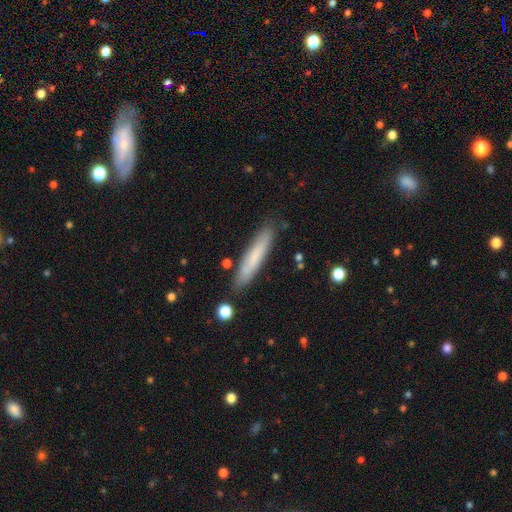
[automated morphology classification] The model was most divided on "smooth or featured": smooth: 72%, featured or disk: 22%, star or artifact: 7%. More confident: how rounded — cigar-shaped (90%); merging — none (84%).